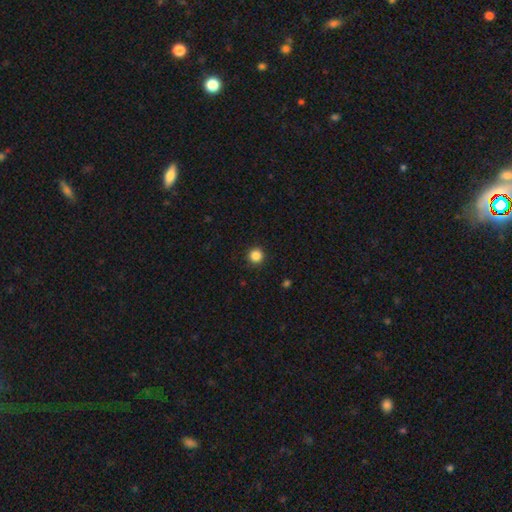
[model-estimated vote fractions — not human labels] Morphology: type=smooth (86%); roundness=round (96%); merging=none (93%).